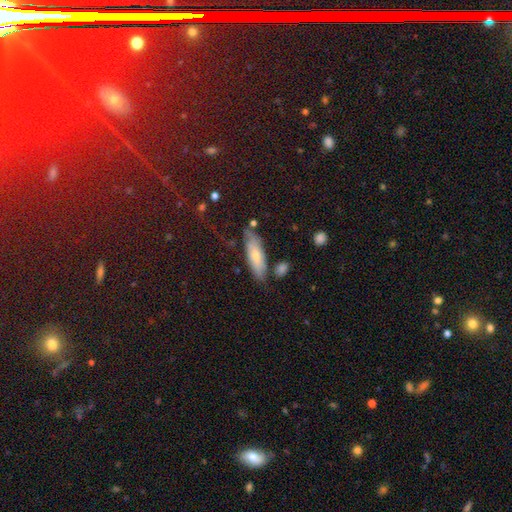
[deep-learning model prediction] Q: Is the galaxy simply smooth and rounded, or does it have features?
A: smooth — 63%.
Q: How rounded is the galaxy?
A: in between — 56%.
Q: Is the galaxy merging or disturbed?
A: none — 66%.